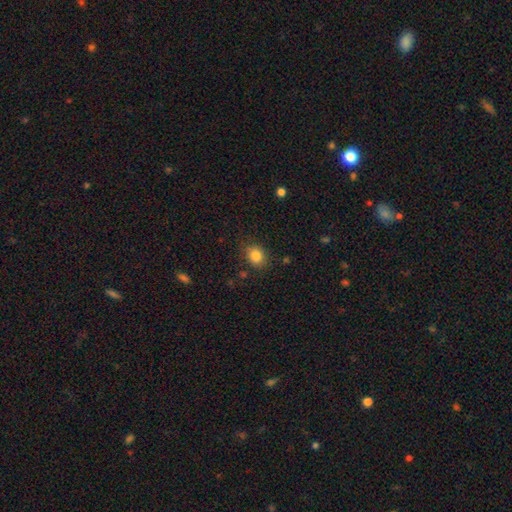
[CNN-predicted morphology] This is clearly a smooth galaxy (84%). How rounded: possibly round (59%). Merging: clearly none (83%).